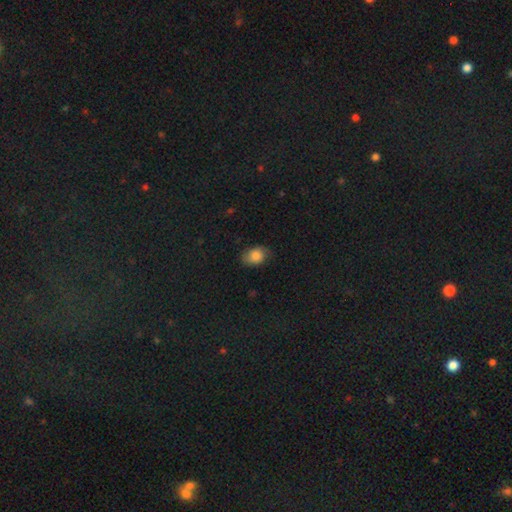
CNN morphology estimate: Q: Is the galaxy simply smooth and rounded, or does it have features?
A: smooth — 77%.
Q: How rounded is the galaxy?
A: in between — 74%.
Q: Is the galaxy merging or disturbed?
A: none — 71%.